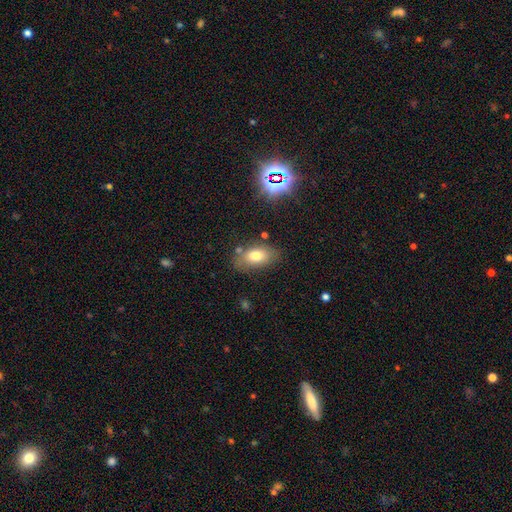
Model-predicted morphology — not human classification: type=smooth (75%); roundness=in between (90%); merging=none (74%).